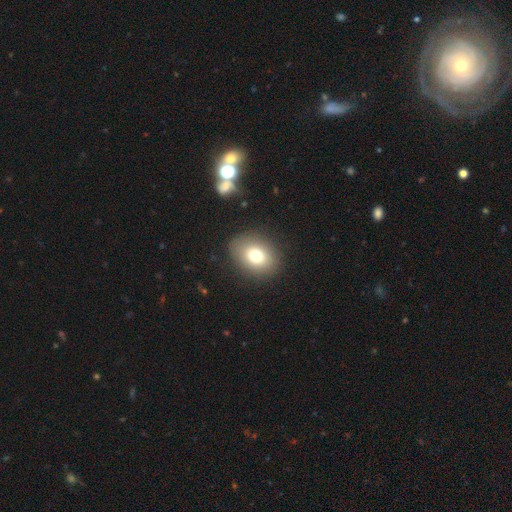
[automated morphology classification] smooth-or-featured: smooth: 77% | featured or disk: 12% | star or artifact: 11%
  how-rounded: in between: 54% | round: 45% | cigar-shaped: 1%
  merging: none: 87% | minor disturbance: 9% | major disturbance: 3% | merger: 1%